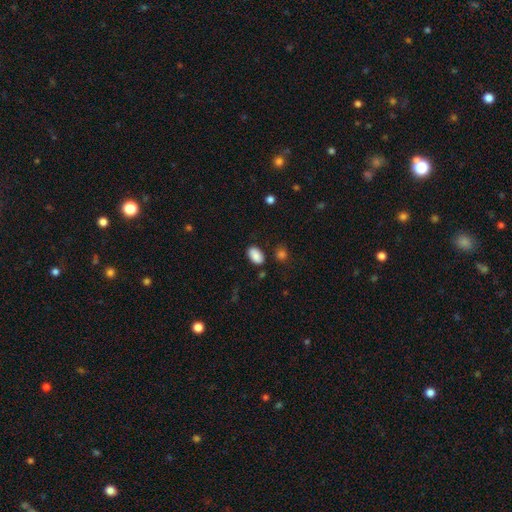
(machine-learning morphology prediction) Q: Smooth or featured?
A: smooth (88%); runner-up: star or artifact (8%)
Q: How rounded?
A: in between (92%); runner-up: round (6%)
Q: Merging?
A: none (81%); runner-up: minor disturbance (13%)